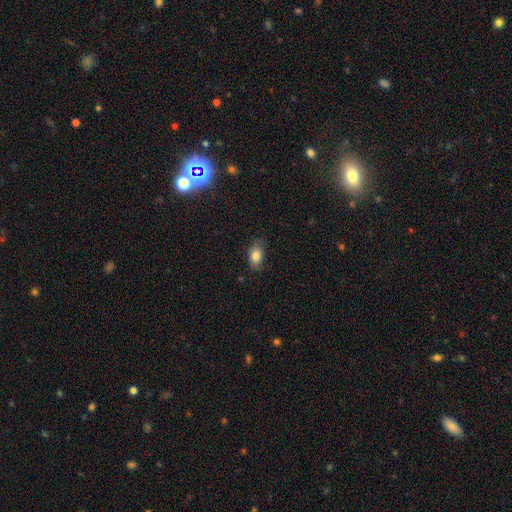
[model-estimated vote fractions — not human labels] Morphology: type=smooth (84%); roundness=in between (87%); merging=none (72%).